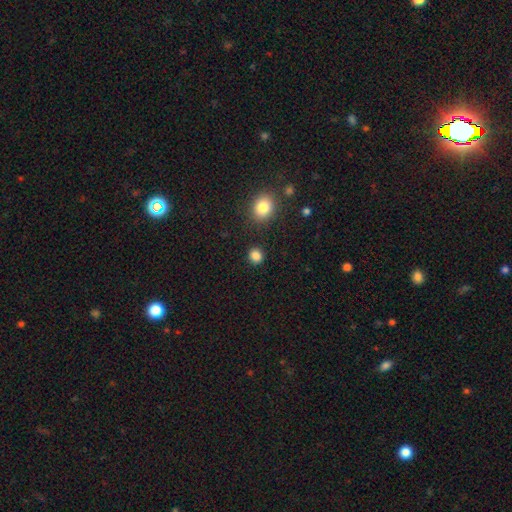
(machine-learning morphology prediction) type=smooth (85%); roundness=round (81%); merging=none (89%).